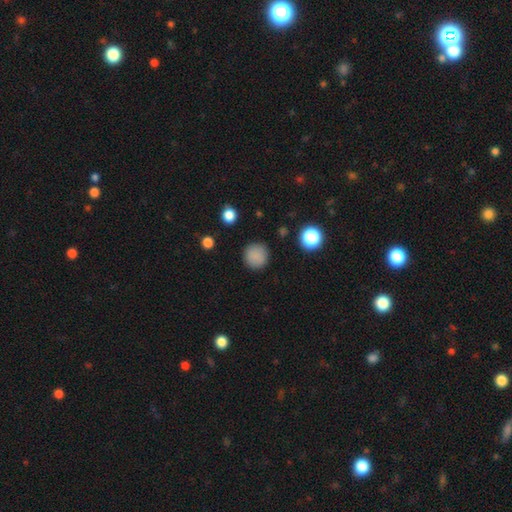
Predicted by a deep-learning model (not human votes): Q: Smooth or featured?
A: smooth (85%); runner-up: star or artifact (11%)
Q: How rounded?
A: round (94%); runner-up: in between (5%)
Q: Merging?
A: none (89%); runner-up: minor disturbance (7%)